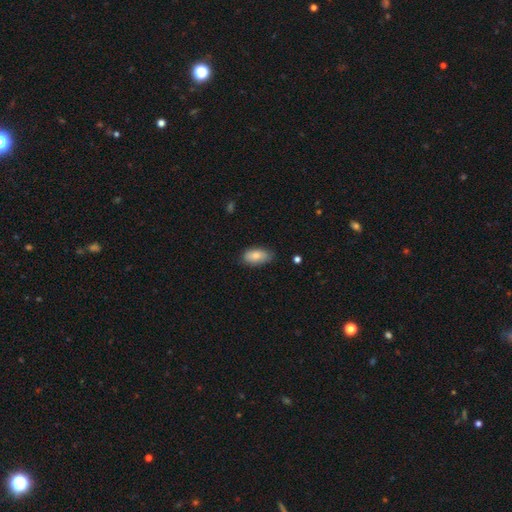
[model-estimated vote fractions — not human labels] A smooth galaxy with no disk features (82%) that is in between round and cigar-shaped (92%).

Vote fractions:
- Smooth or featured? smooth: 82% / featured or disk: 11% / star or artifact: 6%
- How rounded? in between: 92% / cigar-shaped: 4% / round: 4%
- Merging? none: 74% / minor disturbance: 22% / major disturbance: 3% / merger: 1%